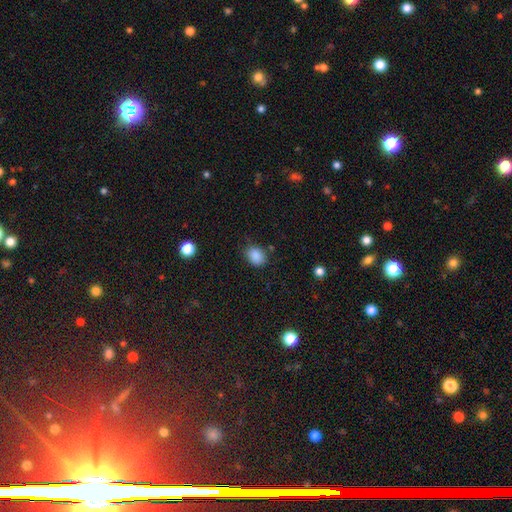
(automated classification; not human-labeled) smooth_or_featured: smooth (p=0.87) [alt: star or artifact p=0.10]
how_rounded: in between (p=0.63) [alt: round p=0.36]
merging: none (p=0.75) [alt: minor disturbance p=0.18]